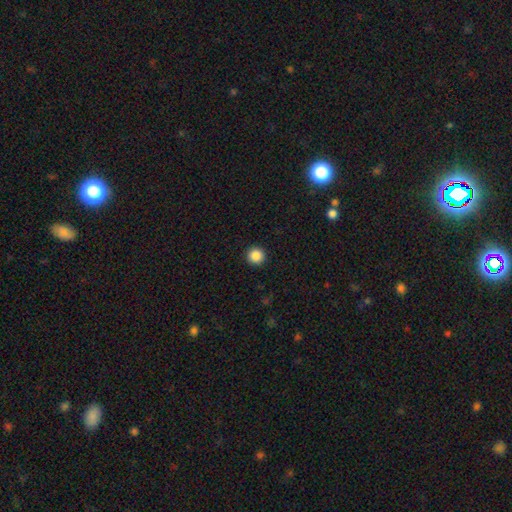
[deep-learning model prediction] Q: Smooth or featured?
A: smooth (87%); runner-up: star or artifact (10%)
Q: How rounded?
A: round (96%); runner-up: in between (3%)
Q: Merging?
A: none (93%); runner-up: minor disturbance (4%)